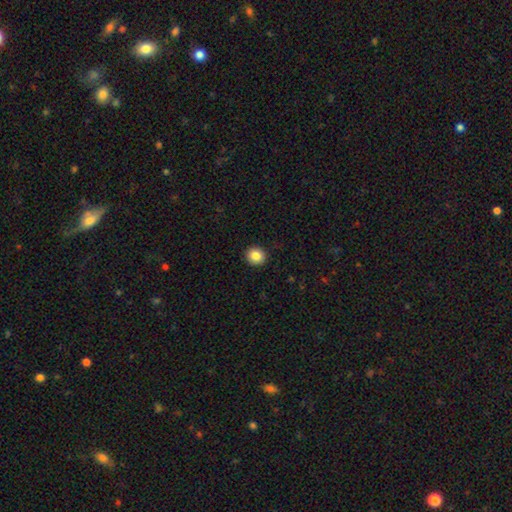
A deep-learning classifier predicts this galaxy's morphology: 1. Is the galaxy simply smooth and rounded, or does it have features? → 86% smooth, 9% star or artifact, 5% featured or disk.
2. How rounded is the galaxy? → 89% round, 10% in between, 1% cigar-shaped.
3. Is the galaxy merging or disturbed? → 93% none, 5% minor disturbance, 2% major disturbance, 1% merger.